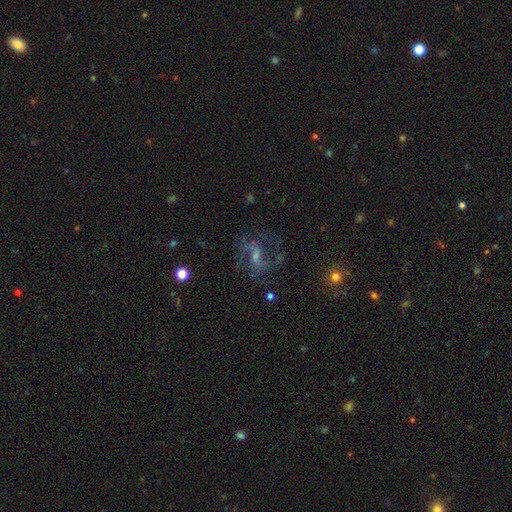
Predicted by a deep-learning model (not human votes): Q: Smooth or featured?
A: featured or disk (74%); runner-up: star or artifact (14%)
Q: Edge-on disk?
A: no (96%); runner-up: yes (4%)
Q: Bar?
A: weak (48%); runner-up: no (28%)
Q: Spiral arms?
A: yes (89%); runner-up: no (11%)
Q: Spiral winding?
A: medium (48%); runner-up: loose (38%)
Q: Spiral arm count?
A: 2 (72%); runner-up: can't tell (12%)
Q: Bulge size?
A: small (52%); runner-up: moderate (31%)
Q: Merging?
A: none (65%); runner-up: major disturbance (17%)